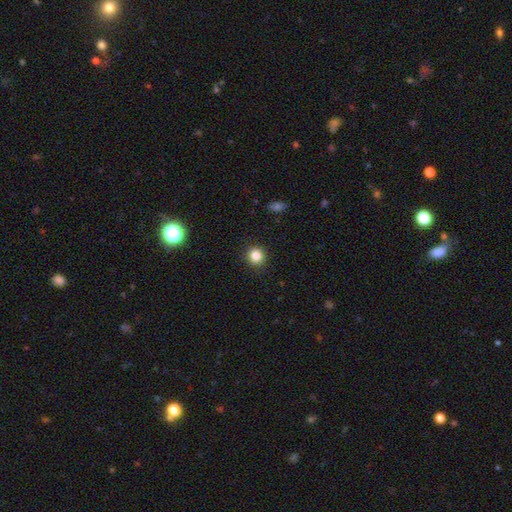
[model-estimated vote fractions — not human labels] This is clearly a smooth galaxy (84%). How rounded: clearly round (92%). Merging: clearly none (91%).